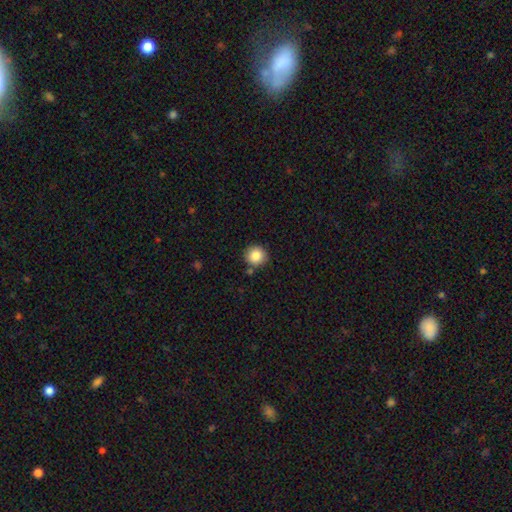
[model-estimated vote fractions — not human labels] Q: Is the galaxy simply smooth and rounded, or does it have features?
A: smooth — 85%.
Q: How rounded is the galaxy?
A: round — 94%.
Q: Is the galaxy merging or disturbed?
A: none — 83%.